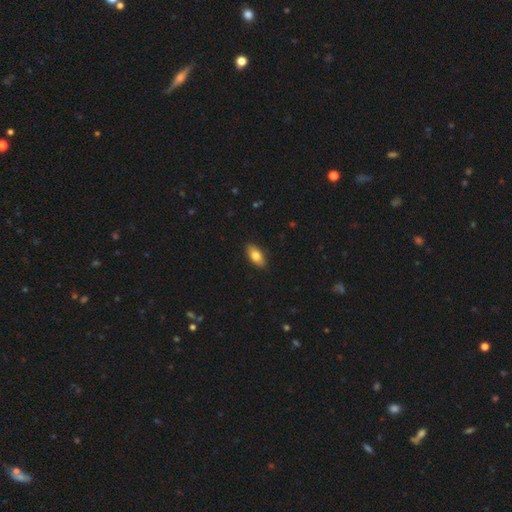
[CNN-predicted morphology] Smooth or featured? smooth (78%)
How rounded? in between (88%)
Merging? none (88%)